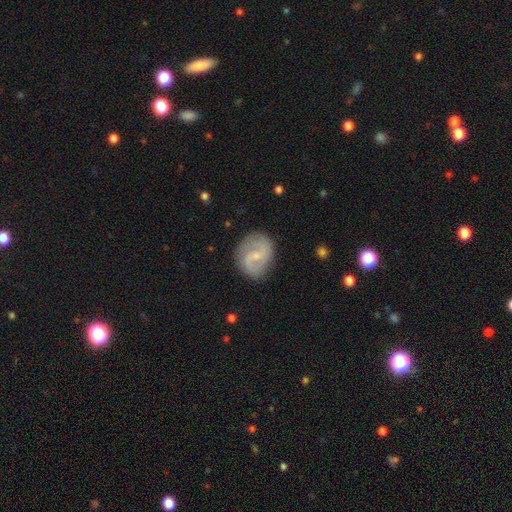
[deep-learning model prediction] Smooth or featured? featured or disk (79%)
Edge-on disk? no (98%)
Bar? weak (54%)
Spiral arms? yes (94%)
Spiral winding? medium (48%)
Spiral arm count? 2 (90%)
Bulge size? small (70%)
Merging? none (82%)